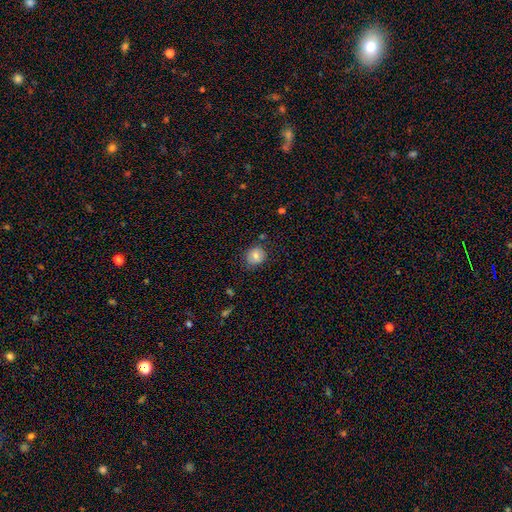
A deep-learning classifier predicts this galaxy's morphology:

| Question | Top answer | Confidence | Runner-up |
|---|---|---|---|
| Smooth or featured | smooth | 76% | featured or disk (14%) |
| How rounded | round | 75% | in between (24%) |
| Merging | none | 78% | minor disturbance (15%) |